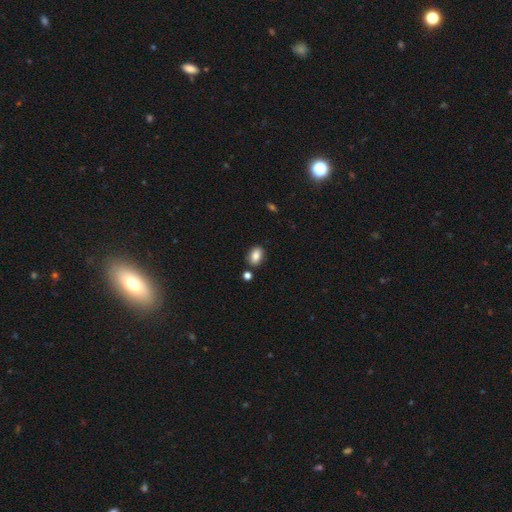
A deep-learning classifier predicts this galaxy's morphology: The model was most divided on "how rounded": in between: 81%, round: 17%, cigar-shaped: 2%. More confident: smooth or featured — smooth (85%); merging — none (81%).